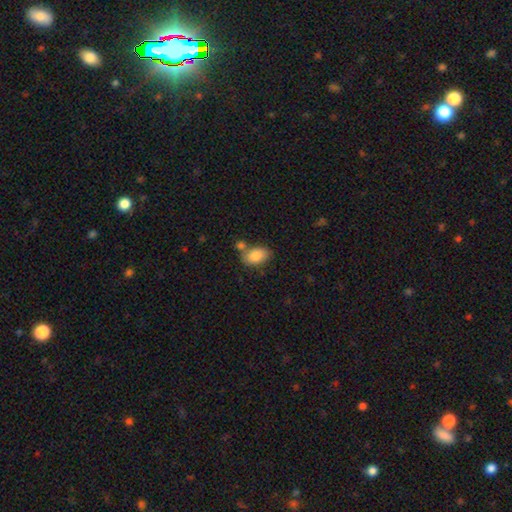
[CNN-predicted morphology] This is clearly a smooth galaxy (84%). How rounded: clearly in between (88%). Merging: likely none (62%).